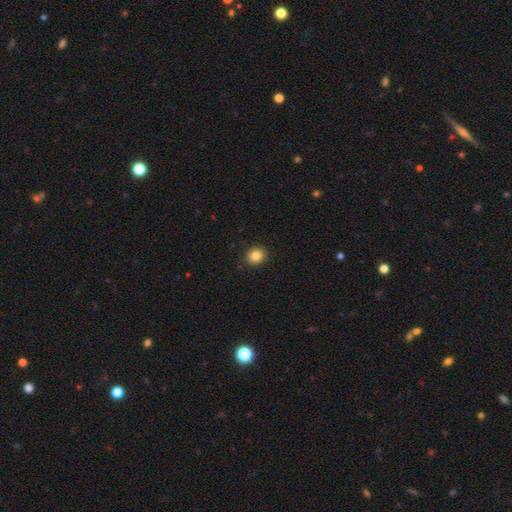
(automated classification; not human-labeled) Morphology: type=smooth (85%); roundness=round (77%); merging=none (91%).